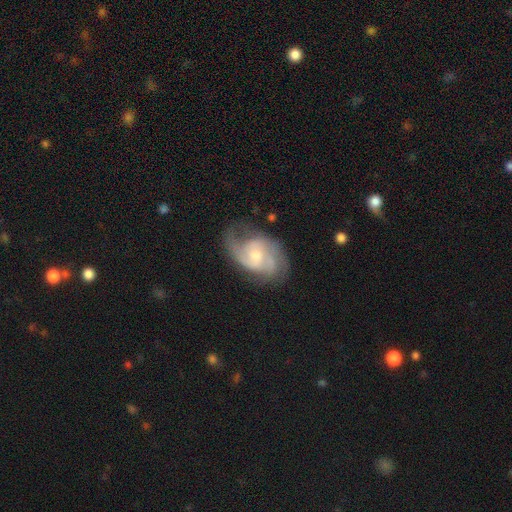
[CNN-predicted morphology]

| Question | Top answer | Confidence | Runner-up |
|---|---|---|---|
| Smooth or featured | featured or disk | 85% | smooth (10%) |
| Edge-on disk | no | 97% | yes (3%) |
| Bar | no | 57% | weak (36%) |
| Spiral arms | yes | 96% | no (4%) |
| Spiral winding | medium | 50% | tight (31%) |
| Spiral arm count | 2 | 53% | 3 (23%) |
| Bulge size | moderate | 55% | small (39%) |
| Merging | none | 65% | minor disturbance (22%) |